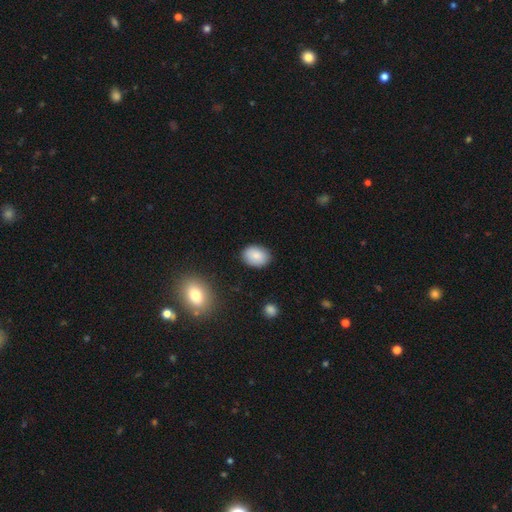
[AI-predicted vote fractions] A smooth galaxy with no disk features (85%) that is in between round and cigar-shaped (76%). Merging: none (86%).